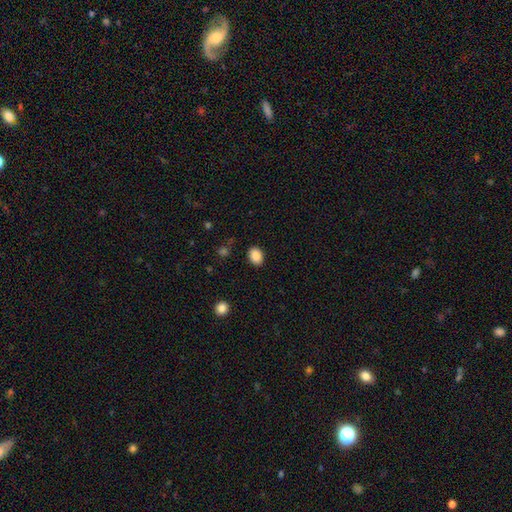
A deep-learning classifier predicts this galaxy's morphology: Smooth or featured? Predicted: smooth (p=0.88). How rounded? Predicted: in between (p=0.69). Merging? Predicted: none (p=0.88).